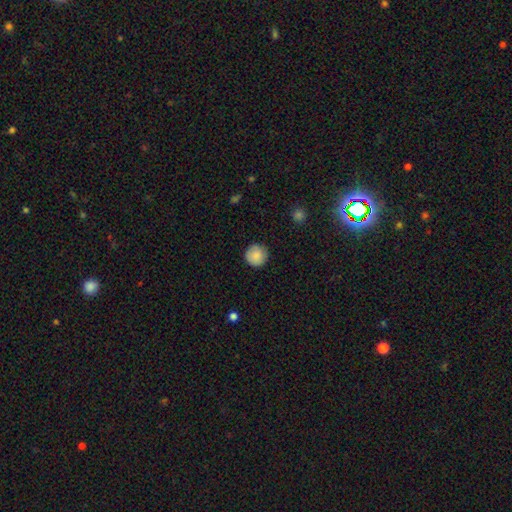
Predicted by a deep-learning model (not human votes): Overall: smooth (87%). How rounded: round (95%). Merging: none (90%).